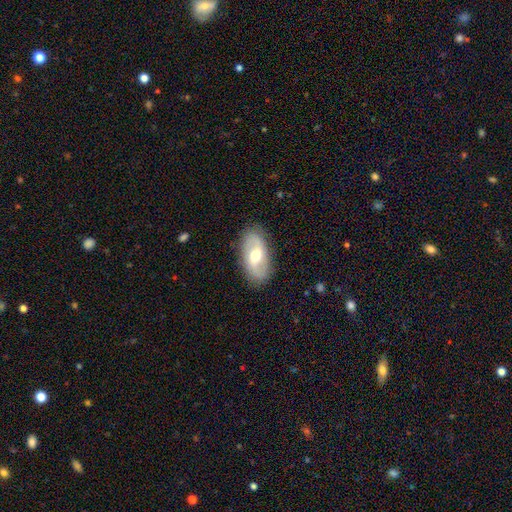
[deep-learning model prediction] A featured or disk galaxy (68%) with a weak bar (43%), 2 (87%) loose (46%) spiral arms (80%) and a moderate central bulge (72%). Merging: none (85%).